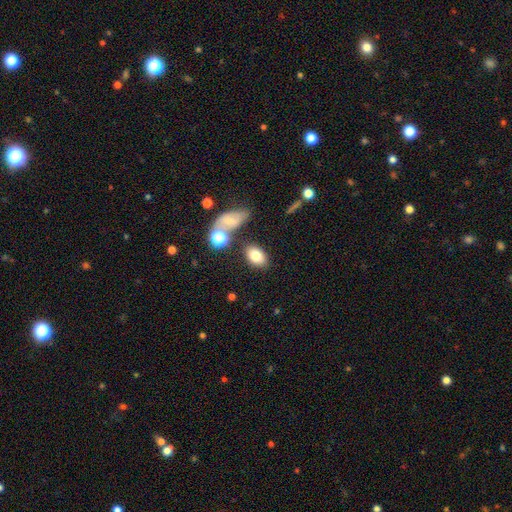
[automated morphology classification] This is likely a smooth galaxy (78%). How rounded: clearly in between (84%). Merging: likely none (75%).